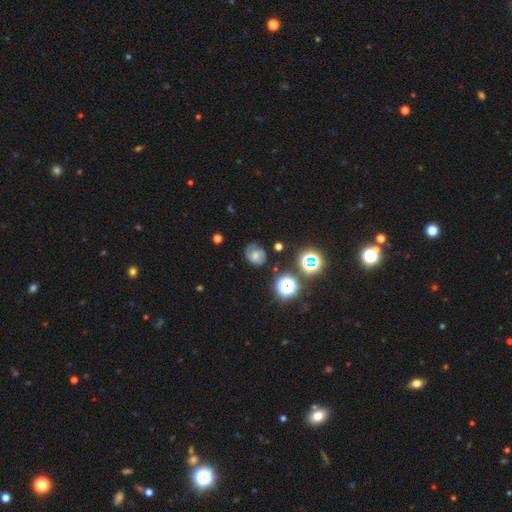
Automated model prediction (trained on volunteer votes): Smooth or featured: smooth — 48% (featured or disk — 34%)
Merging: none — 59% (minor disturbance — 27%)